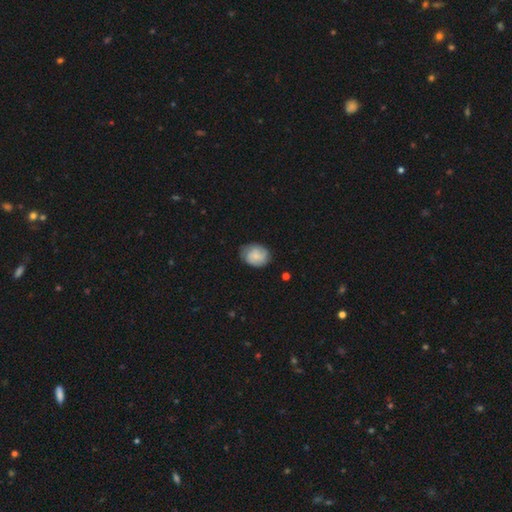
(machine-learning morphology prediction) type=smooth (54%); roundness=in between (50%); merging=none (72%).